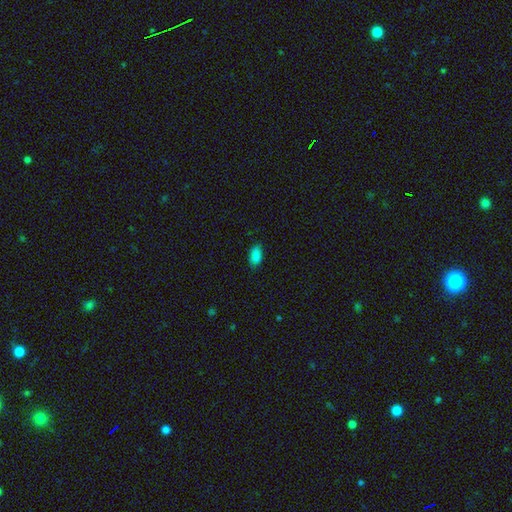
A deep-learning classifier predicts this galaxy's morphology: The model was most divided on "merging": none: 84%, minor disturbance: 12%, major disturbance: 3%, merger: 1%. More confident: how rounded — in between (92%); smooth or featured — smooth (87%).